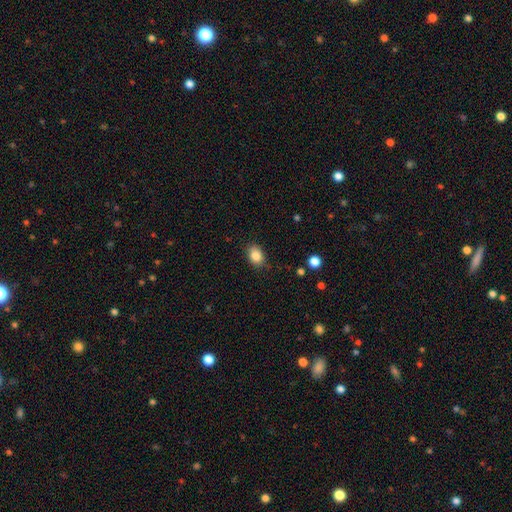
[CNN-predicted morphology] Smooth or featured?
  - smooth: 85% *
  - star or artifact: 9%
  - featured or disk: 5%
How rounded?
  - in between: 73% *
  - round: 26%
  - cigar-shaped: 1%
Merging?
  - none: 83% *
  - minor disturbance: 13%
  - major disturbance: 3%
  - merger: 1%